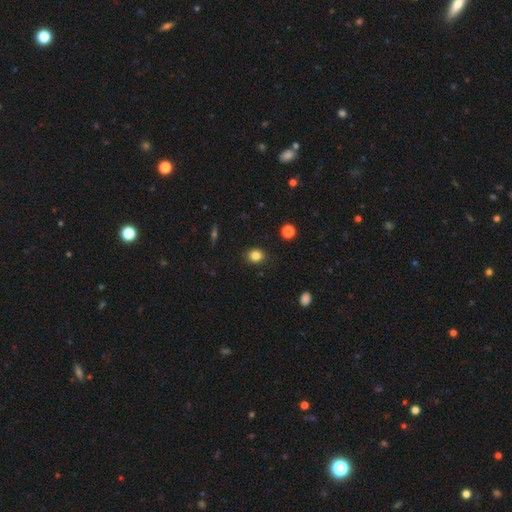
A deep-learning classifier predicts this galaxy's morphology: This appears to be a smooth galaxy with no disk features (84%) that is round (71%). Merging: none (88%).